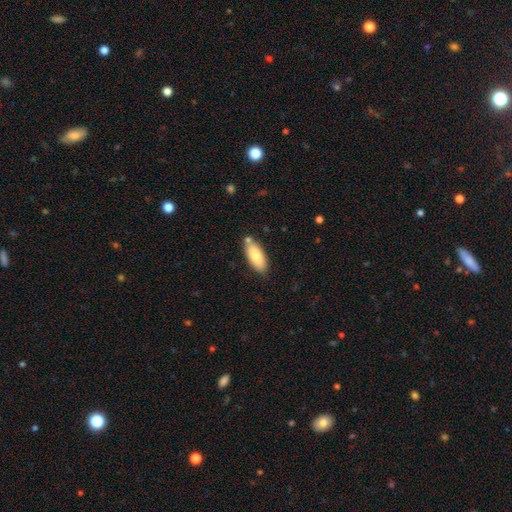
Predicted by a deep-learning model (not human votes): A smooth galaxy with no disk features (80%) that is in between round and cigar-shaped (84%). Merging: none (76%).